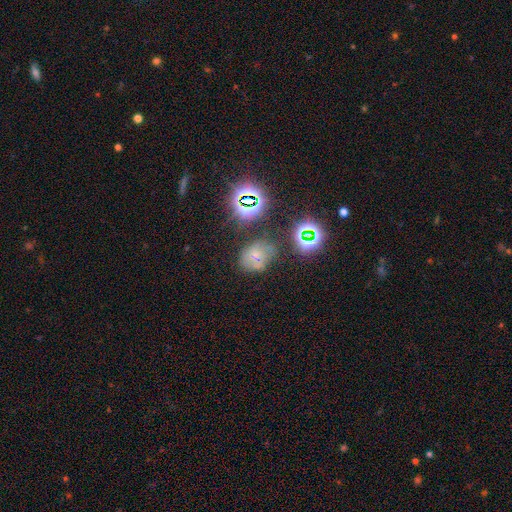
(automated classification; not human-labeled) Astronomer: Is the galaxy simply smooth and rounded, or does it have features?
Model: smooth — 45% (runner-up: star or artifact, 31%).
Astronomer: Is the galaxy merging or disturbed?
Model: none — 44% (runner-up: minor disturbance, 23%).